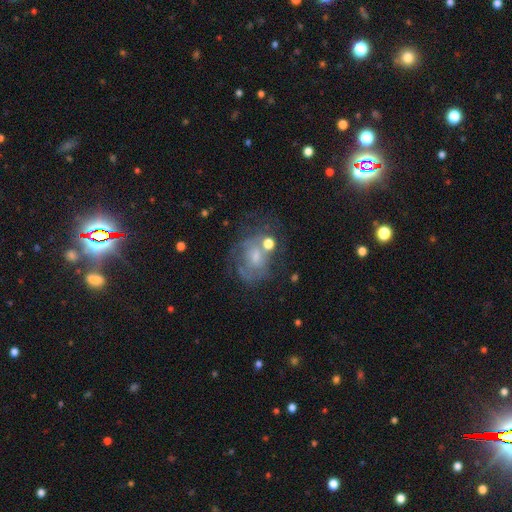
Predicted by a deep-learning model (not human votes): Morphology: type=featured or disk (62%); edge-on=no (97%); bar=no (63%); spiral arms=yes (64%); bulge=small (43%); merging=none (46%).